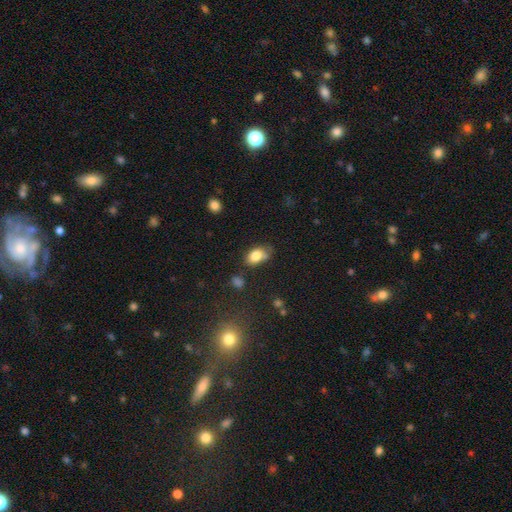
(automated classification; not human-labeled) smooth_or_featured: smooth (p=0.82) [alt: featured or disk p=0.10]
how_rounded: in between (p=0.87) [alt: round p=0.12]
merging: none (p=0.56) [alt: minor disturbance p=0.27]